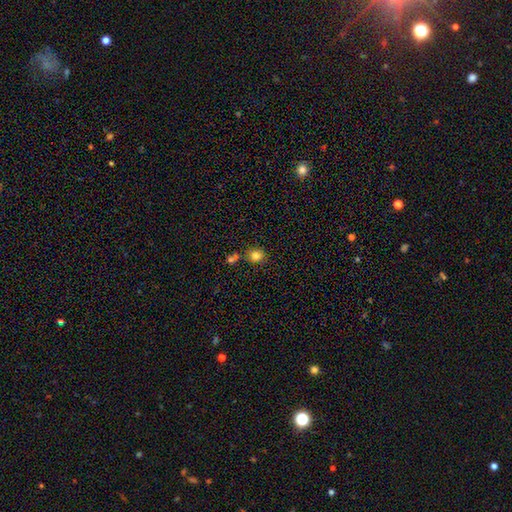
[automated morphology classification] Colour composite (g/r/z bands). It shows a smooth galaxy with no disk features (82%) that is round (82%). Merging: none (75%).